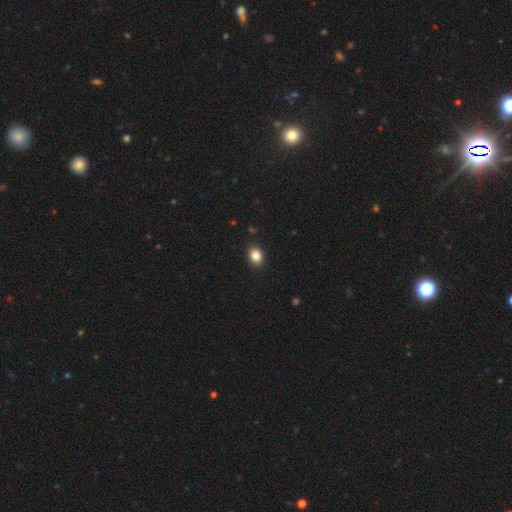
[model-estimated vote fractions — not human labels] This appears to be a smooth galaxy with no disk features (85%) that is in between round and cigar-shaped (55%). Merging: none (90%).